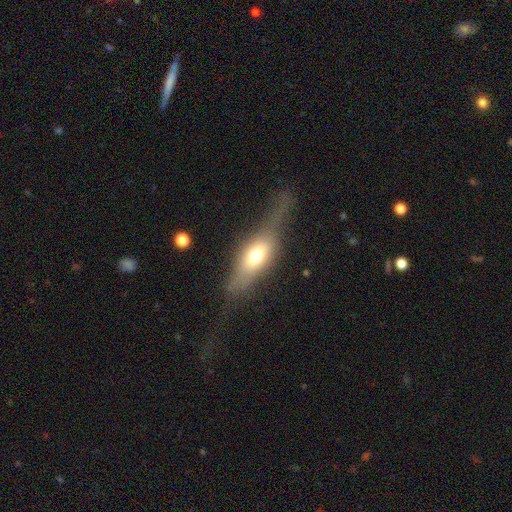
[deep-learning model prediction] A smooth galaxy with no disk features (52%) that is in between round and cigar-shaped (66%).

Vote fractions:
- Smooth or featured? smooth: 52% / featured or disk: 39% / star or artifact: 9%
- How rounded? in between: 66% / cigar-shaped: 26% / round: 8%
- Merging? none: 46% / major disturbance: 27% / minor disturbance: 24% / merger: 3%